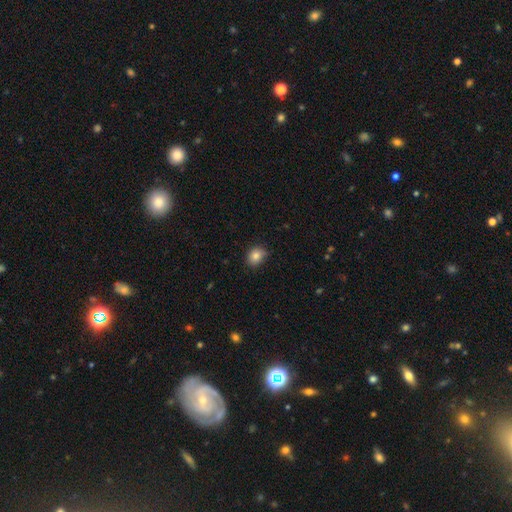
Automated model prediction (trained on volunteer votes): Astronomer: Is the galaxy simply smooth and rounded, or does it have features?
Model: smooth — 83%.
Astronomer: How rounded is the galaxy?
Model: round — 53% (runner-up: in between, 46%).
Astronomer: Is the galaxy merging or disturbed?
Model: none — 76%.